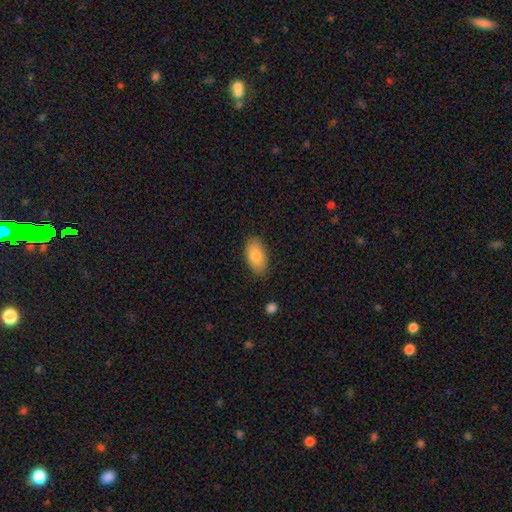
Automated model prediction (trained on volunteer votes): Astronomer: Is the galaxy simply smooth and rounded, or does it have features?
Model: smooth — 82%.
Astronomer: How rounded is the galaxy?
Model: in between — 92%.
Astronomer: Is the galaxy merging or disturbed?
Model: none — 82%.